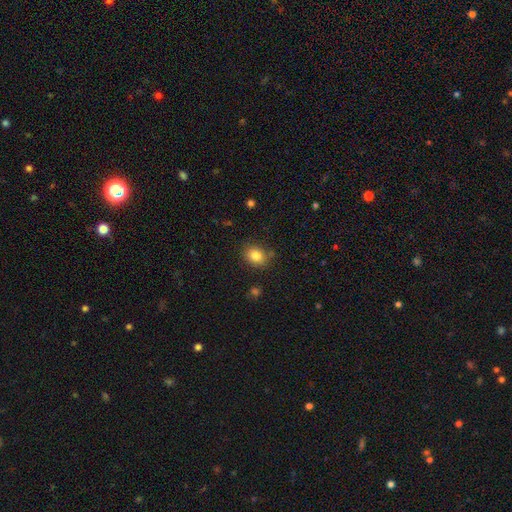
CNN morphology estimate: A smooth galaxy with no disk features (84%) that is in between round and cigar-shaped (51%).

Vote fractions:
- Smooth or featured? smooth: 84% / star or artifact: 10% / featured or disk: 6%
- How rounded? in between: 51% / round: 48% / cigar-shaped: 1%
- Merging? none: 81% / minor disturbance: 13% / major disturbance: 3% / merger: 3%